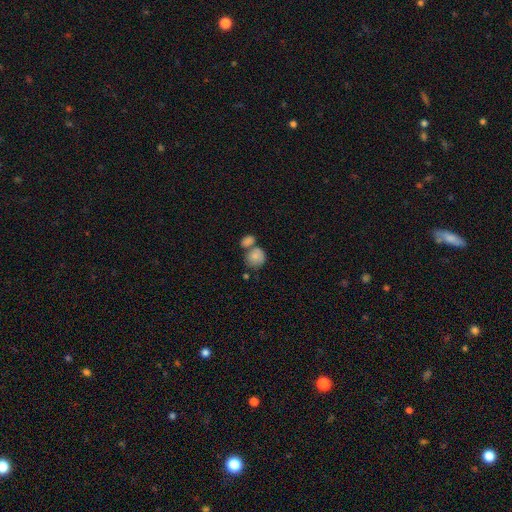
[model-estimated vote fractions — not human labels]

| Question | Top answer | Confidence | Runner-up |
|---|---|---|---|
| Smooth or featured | smooth | 81% | featured or disk (11%) |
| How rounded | round | 75% | in between (24%) |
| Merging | merger | 46% | none (39%) |